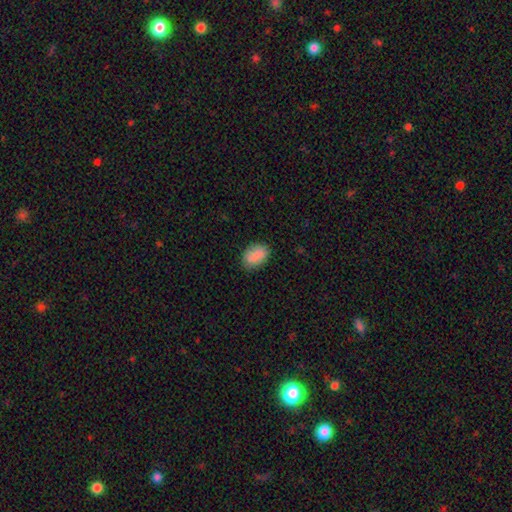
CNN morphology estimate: smooth-or-featured: smooth: 88% | star or artifact: 7% | featured or disk: 4%
  how-rounded: in between: 85% | round: 13% | cigar-shaped: 1%
  merging: none: 83% | minor disturbance: 13% | major disturbance: 3% | merger: 1%